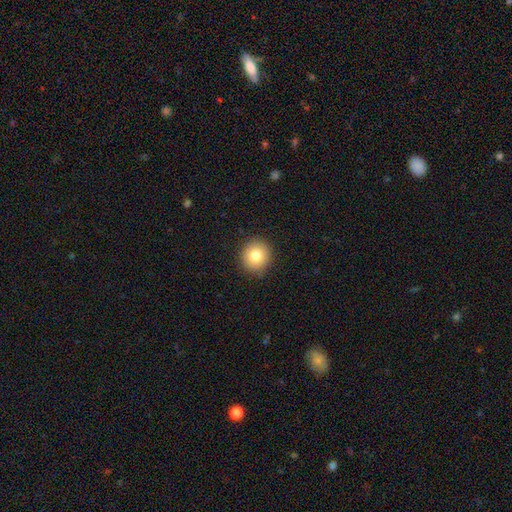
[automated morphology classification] Smooth or featured?
  - smooth: 81% *
  - star or artifact: 10%
  - featured or disk: 9%
How rounded?
  - round: 91% *
  - in between: 8%
  - cigar-shaped: 1%
Merging?
  - none: 90% *
  - minor disturbance: 7%
  - major disturbance: 2%
  - merger: 1%